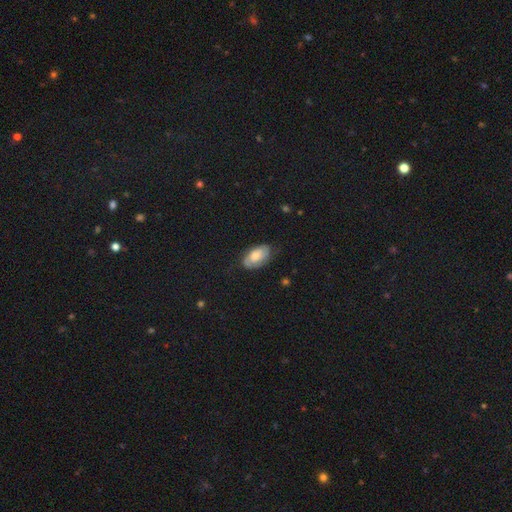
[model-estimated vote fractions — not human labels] This appears to be a featured or disk galaxy (53%) with no bar (70%), spiral arms (83%) and a moderate central bulge (49%). Merging: none (71%).